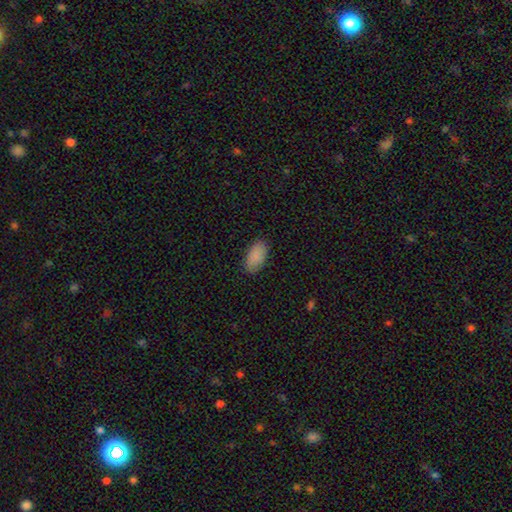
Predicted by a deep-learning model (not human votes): Q: Smooth or featured?
A: smooth (88%); runner-up: star or artifact (7%)
Q: How rounded?
A: in between (94%); runner-up: round (3%)
Q: Merging?
A: none (86%); runner-up: minor disturbance (11%)